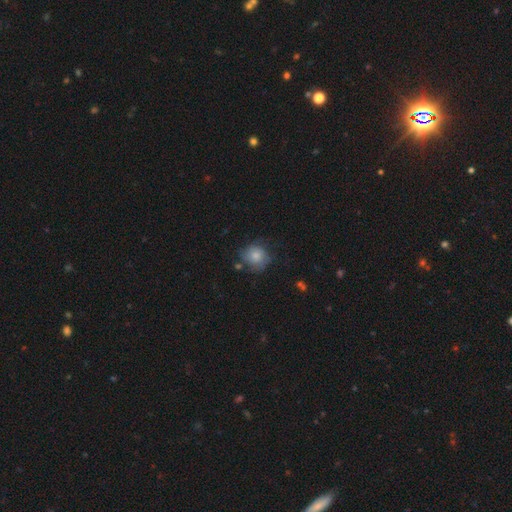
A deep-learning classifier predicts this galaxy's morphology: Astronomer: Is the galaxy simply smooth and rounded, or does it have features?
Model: smooth — 68%.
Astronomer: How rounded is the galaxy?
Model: round — 84%.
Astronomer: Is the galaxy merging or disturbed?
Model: none — 58%.